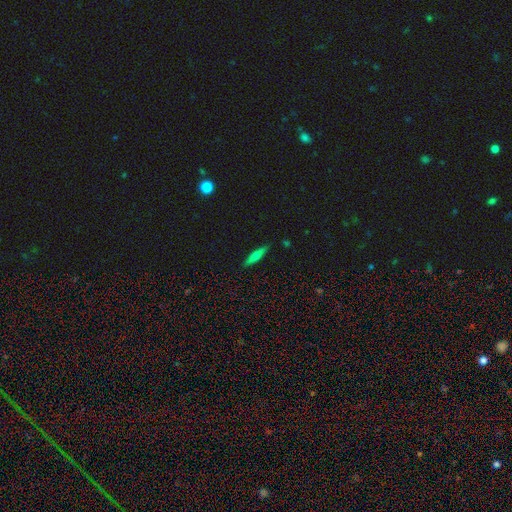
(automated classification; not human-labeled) Smooth or featured? smooth (56%)
How rounded? cigar-shaped (81%)
Merging? none (87%)